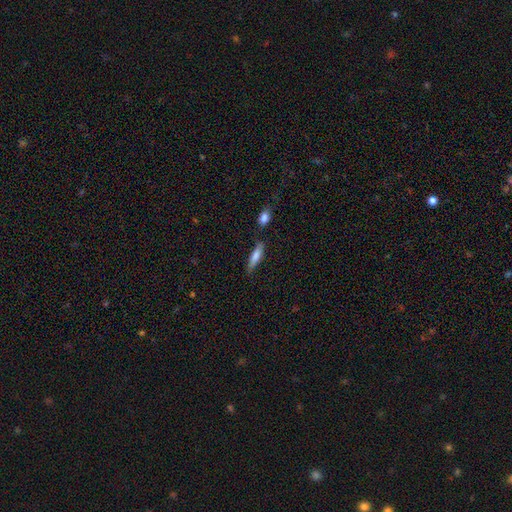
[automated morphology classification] Overall: smooth (72%). How rounded: cigar-shaped (74%). Merging: none (74%).